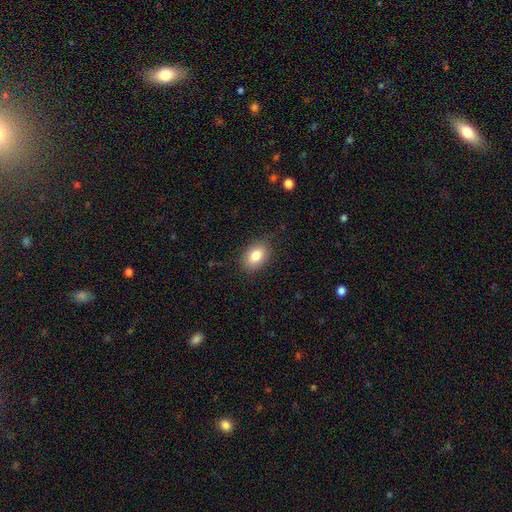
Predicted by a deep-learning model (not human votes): The model was most divided on "merging": none: 84%, minor disturbance: 12%, major disturbance: 3%, merger: 1%. More confident: how rounded — in between (85%); smooth or featured — smooth (84%).